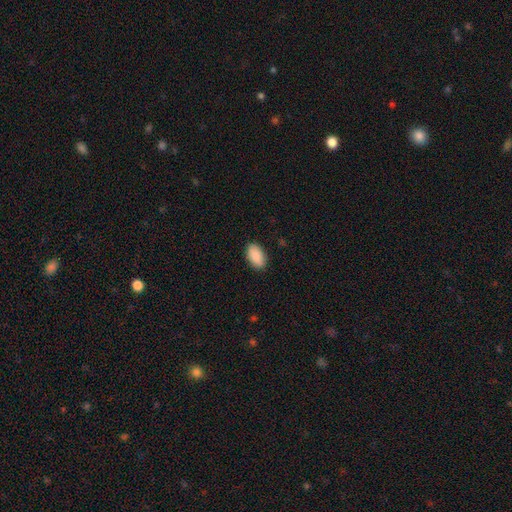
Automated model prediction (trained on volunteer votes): A smooth galaxy with no disk features (89%) that is in between round and cigar-shaped (94%).

Vote fractions:
- Smooth or featured? smooth: 89% / star or artifact: 6% / featured or disk: 5%
- How rounded? in between: 94% / round: 4% / cigar-shaped: 2%
- Merging? none: 88% / minor disturbance: 9% / major disturbance: 2% / merger: 1%